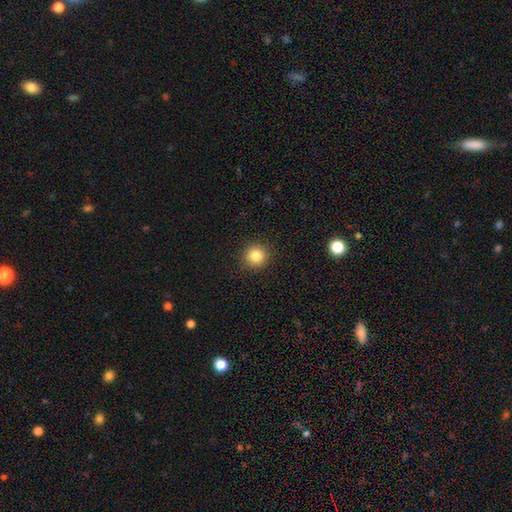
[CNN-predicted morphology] Smooth or featured?
  - smooth: 83% *
  - star or artifact: 11%
  - featured or disk: 5%
How rounded?
  - round: 92% *
  - in between: 7%
  - cigar-shaped: 1%
Merging?
  - none: 91% *
  - minor disturbance: 6%
  - major disturbance: 2%
  - merger: 1%